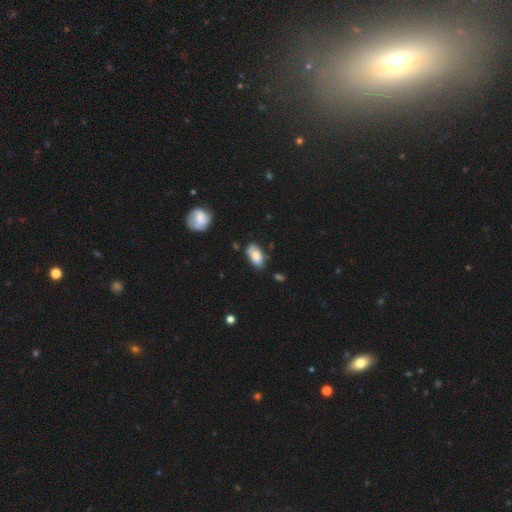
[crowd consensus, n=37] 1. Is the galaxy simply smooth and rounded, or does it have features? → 86% smooth, 14% featured or disk, 0% star or artifact.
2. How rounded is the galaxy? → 97% in between, 3% round, 0% cigar-shaped.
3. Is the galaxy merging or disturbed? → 65% none, 30% minor disturbance, 5% major disturbance, 0% merger.